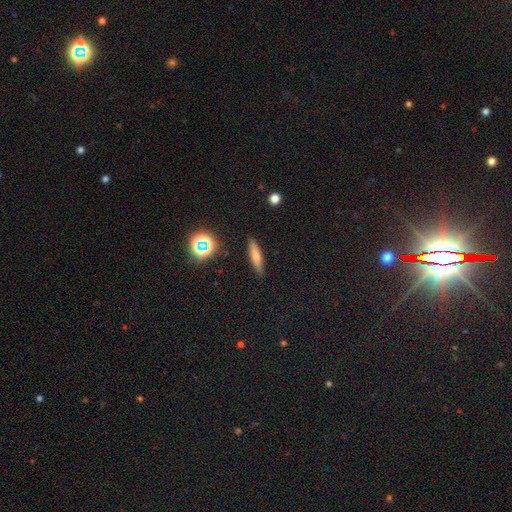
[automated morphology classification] Smooth or featured?
  - smooth: 67% *
  - featured or disk: 21%
  - star or artifact: 12%
How rounded?
  - cigar-shaped: 79% *
  - in between: 18%
  - round: 3%
Merging?
  - none: 88% *
  - minor disturbance: 9%
  - major disturbance: 2%
  - merger: 2%